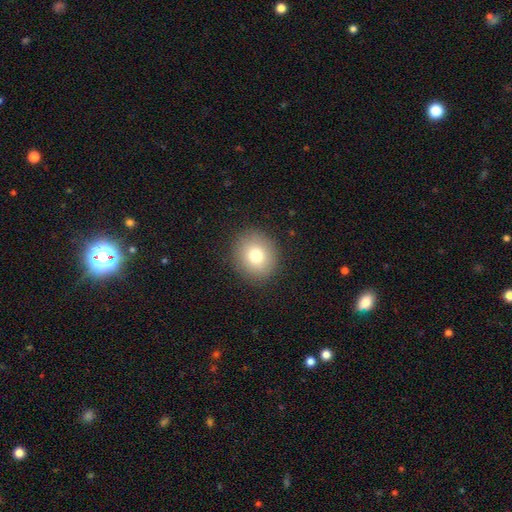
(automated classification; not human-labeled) smooth_or_featured: smooth (p=0.77) [alt: featured or disk p=0.12]
how_rounded: round (p=0.78) [alt: in between p=0.21]
merging: none (p=0.89) [alt: minor disturbance p=0.07]